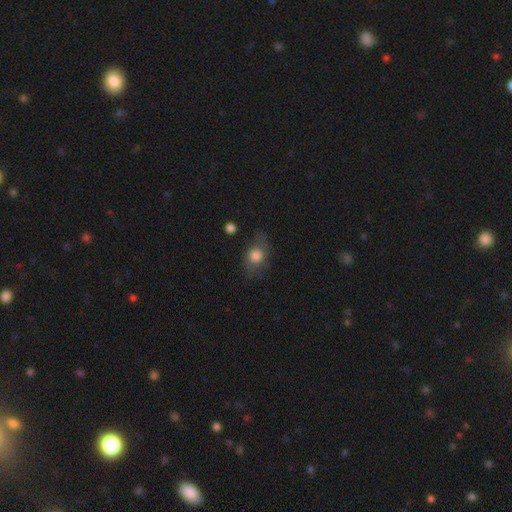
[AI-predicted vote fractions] Smooth or featured: smooth — 73% (featured or disk — 18%)
How rounded: in between — 58% (round — 39%)
Merging: none — 63% (minor disturbance — 23%)